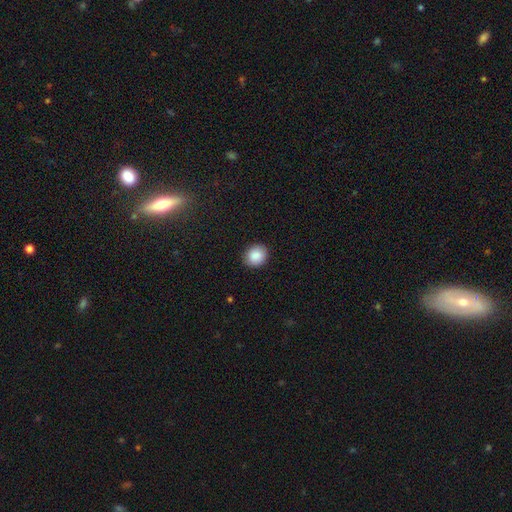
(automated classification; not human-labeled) A smooth galaxy with no disk features (88%) that is round (76%).

Vote fractions:
- Smooth or featured? smooth: 88% / star or artifact: 8% / featured or disk: 4%
- How rounded? round: 76% / in between: 23% / cigar-shaped: 1%
- Merging? none: 90% / minor disturbance: 7% / major disturbance: 2% / merger: 1%